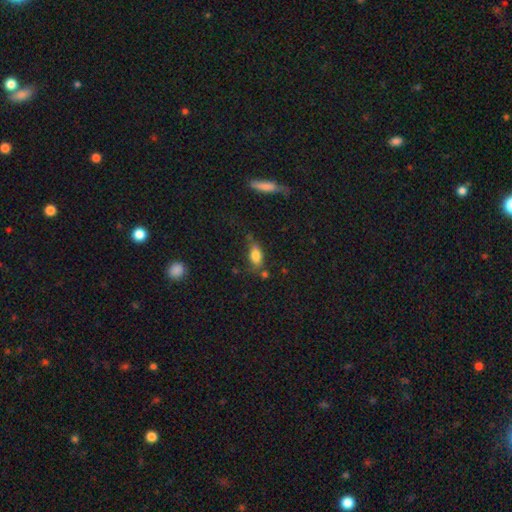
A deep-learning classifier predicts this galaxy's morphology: type=smooth (78%); roundness=in between (82%); merging=none (59%).